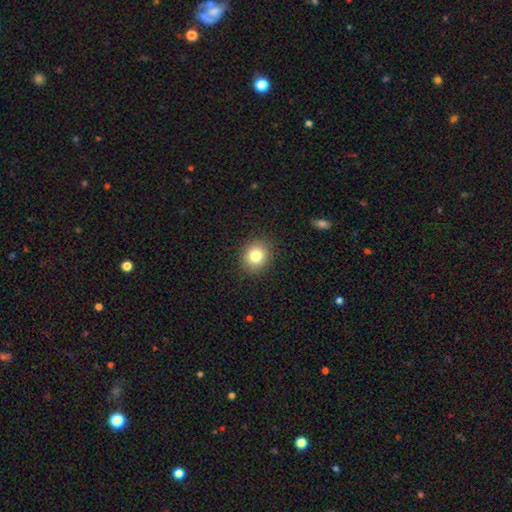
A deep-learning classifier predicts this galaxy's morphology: Smooth or featured?
  - smooth: 81% *
  - star or artifact: 11%
  - featured or disk: 8%
How rounded?
  - round: 75% *
  - in between: 24%
  - cigar-shaped: 1%
Merging?
  - none: 90% *
  - minor disturbance: 7%
  - major disturbance: 2%
  - merger: 1%